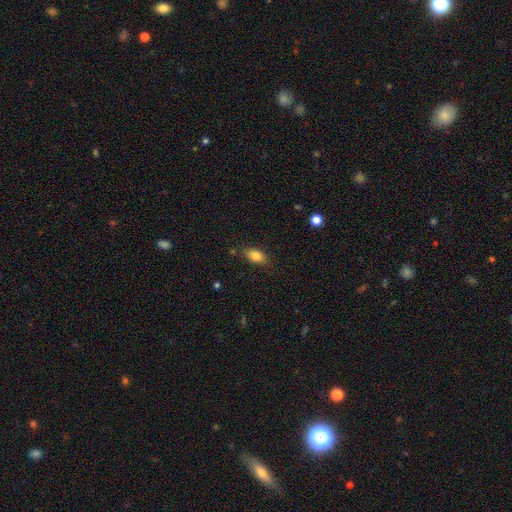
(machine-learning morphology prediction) This is clearly a smooth galaxy (82%). How rounded: clearly in between (86%). Merging: clearly none (80%).